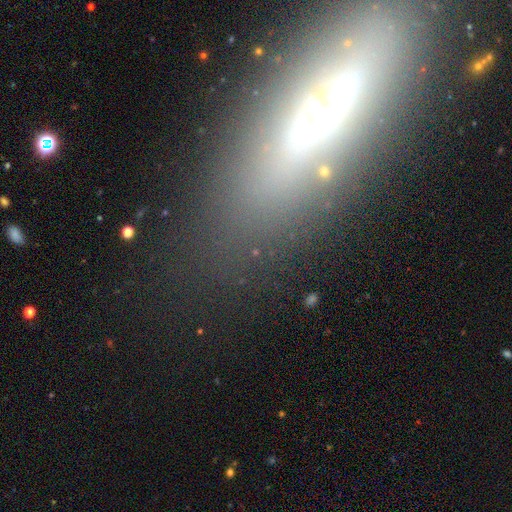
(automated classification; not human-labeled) This appears to be a featured or disk galaxy (45%). Merging: none (71%).